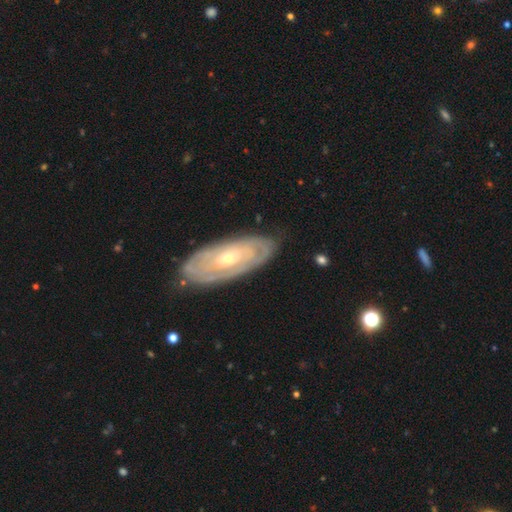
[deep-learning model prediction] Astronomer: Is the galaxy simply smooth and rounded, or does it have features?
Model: featured or disk — 76%.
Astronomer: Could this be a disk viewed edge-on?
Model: no — 85%.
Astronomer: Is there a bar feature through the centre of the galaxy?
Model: no — 65%.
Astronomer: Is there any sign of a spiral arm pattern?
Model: yes — 79%.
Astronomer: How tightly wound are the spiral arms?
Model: tight — 77%.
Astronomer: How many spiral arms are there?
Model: can't tell — 61%.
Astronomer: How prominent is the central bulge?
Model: moderate — 52% (runner-up: small, 44%).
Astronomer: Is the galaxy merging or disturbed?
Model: none — 83%.